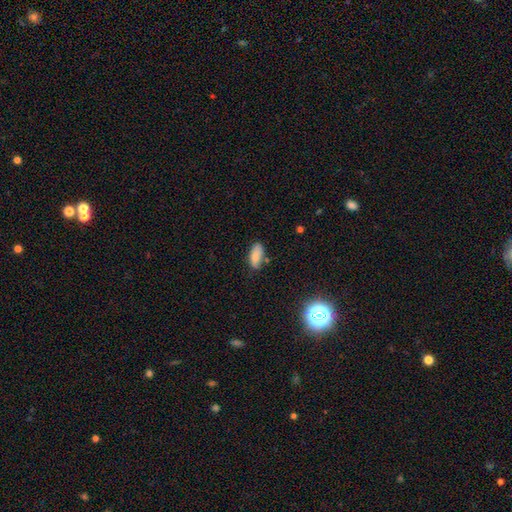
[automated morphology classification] A smooth galaxy with no disk features (82%) that is in between round and cigar-shaped (86%). Merging: none (71%).